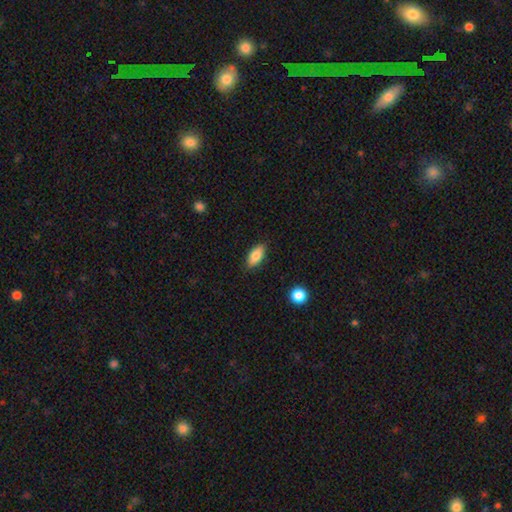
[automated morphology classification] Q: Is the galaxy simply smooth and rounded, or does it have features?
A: smooth — 81%.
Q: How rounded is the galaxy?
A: in between — 86%.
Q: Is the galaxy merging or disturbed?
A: none — 86%.